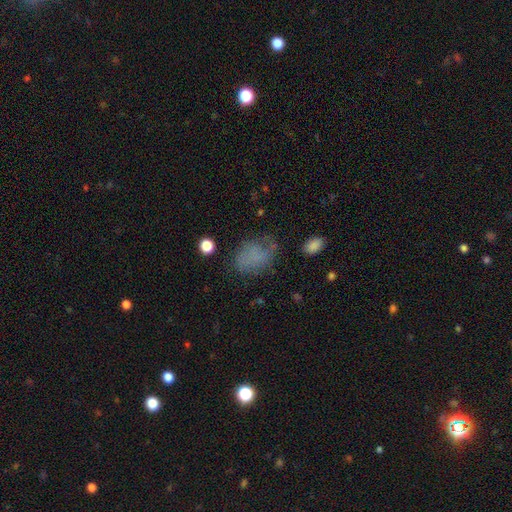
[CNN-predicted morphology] This is likely a smooth galaxy (67%). How rounded: likely in between (73%). Merging: possibly none (54%).